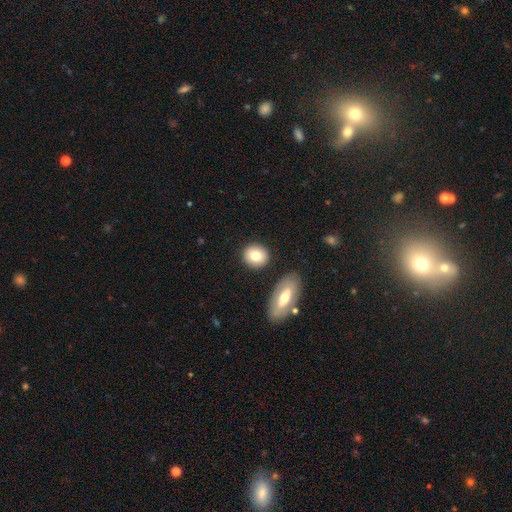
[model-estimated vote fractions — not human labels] Smooth or featured? smooth (78%)
How rounded? round (78%)
Merging? none (85%)